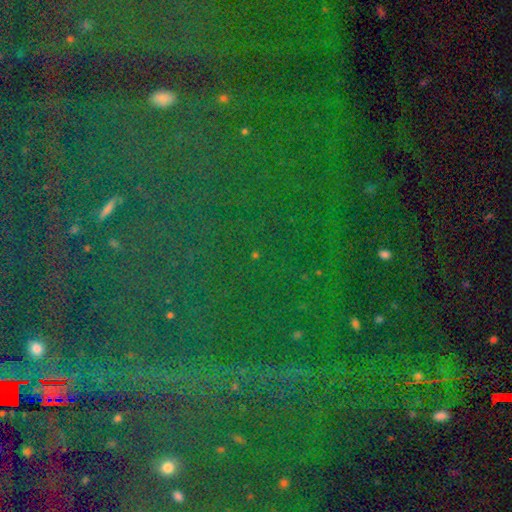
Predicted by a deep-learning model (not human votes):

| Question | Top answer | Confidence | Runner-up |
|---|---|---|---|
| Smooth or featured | star or artifact | 85% | smooth (8%) |